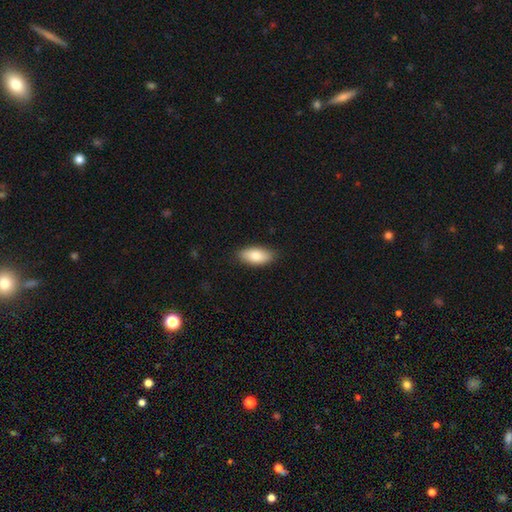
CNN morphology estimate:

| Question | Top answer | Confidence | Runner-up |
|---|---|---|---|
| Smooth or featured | smooth | 83% | featured or disk (11%) |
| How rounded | in between | 90% | cigar-shaped (8%) |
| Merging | none | 86% | minor disturbance (11%) |